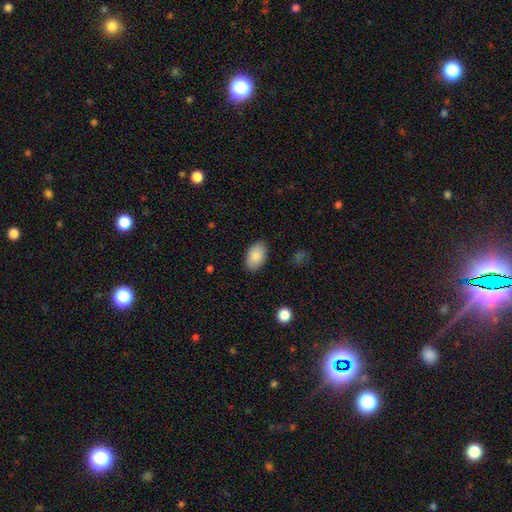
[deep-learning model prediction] Smooth or featured? smooth (86%)
How rounded? in between (93%)
Merging? none (87%)